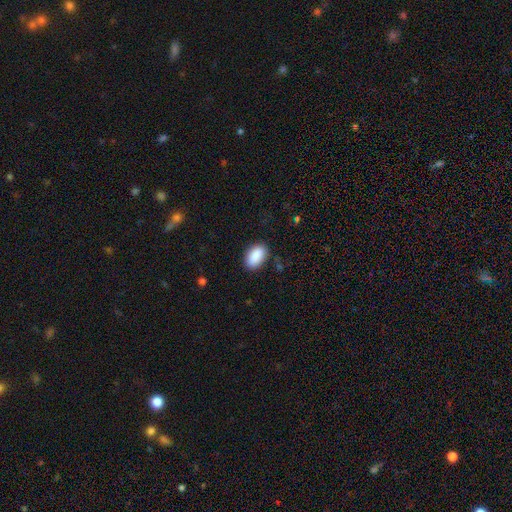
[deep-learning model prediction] Smooth or featured? smooth (90%)
How rounded? in between (93%)
Merging? none (85%)